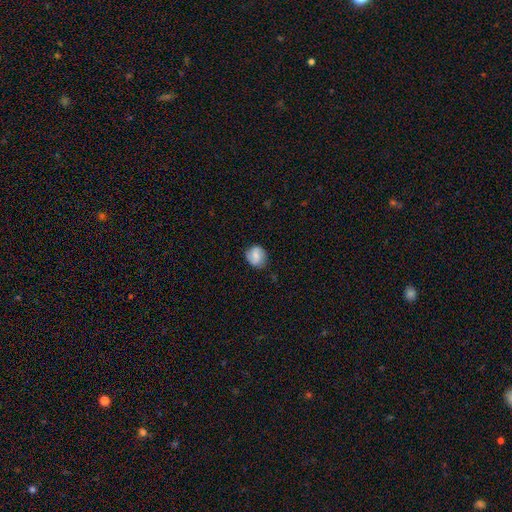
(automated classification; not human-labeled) Smooth or featured? smooth (61%)
How rounded? round (73%)
Merging? none (76%)